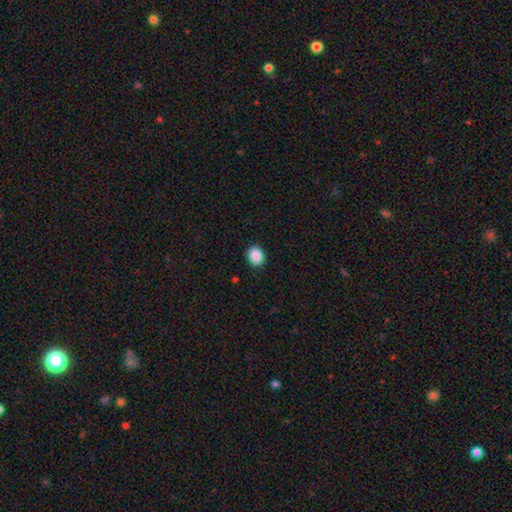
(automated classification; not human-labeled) This is clearly a smooth galaxy (89%). How rounded: likely round (65%). Merging: clearly none (91%).